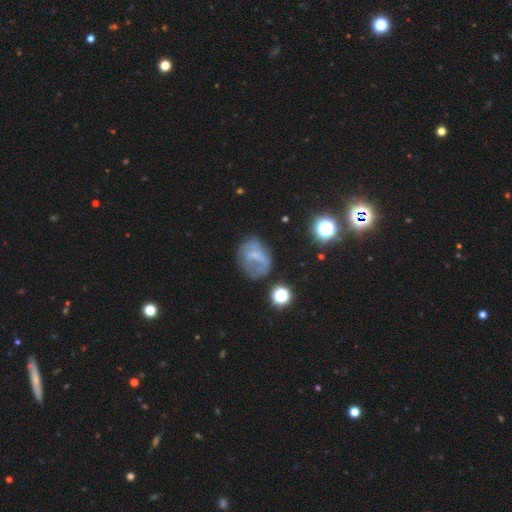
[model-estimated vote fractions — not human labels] This appears to be a featured or disk galaxy (44%). Merging: none (48%).